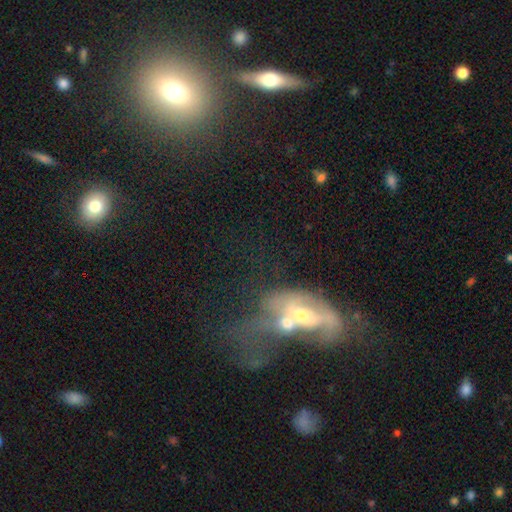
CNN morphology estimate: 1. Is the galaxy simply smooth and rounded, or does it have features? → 55% featured or disk, 27% smooth, 18% star or artifact.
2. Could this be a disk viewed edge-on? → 84% no, 16% yes.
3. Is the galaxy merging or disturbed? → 40% merger, 29% major disturbance, 20% none, 12% minor disturbance.